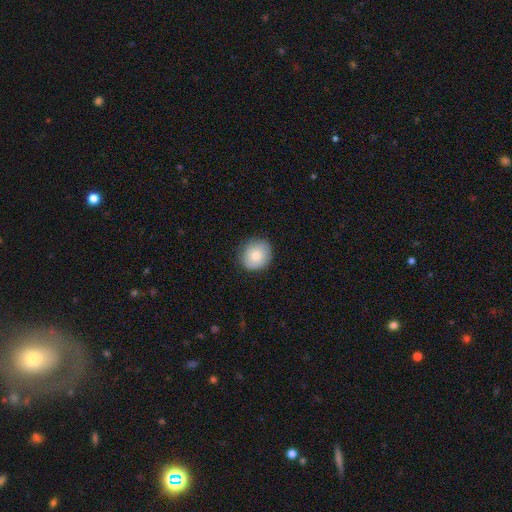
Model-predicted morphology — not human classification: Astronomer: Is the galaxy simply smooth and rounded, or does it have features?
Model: smooth — 80%.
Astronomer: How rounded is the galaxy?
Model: round — 82%.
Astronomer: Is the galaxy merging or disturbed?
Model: none — 85%.